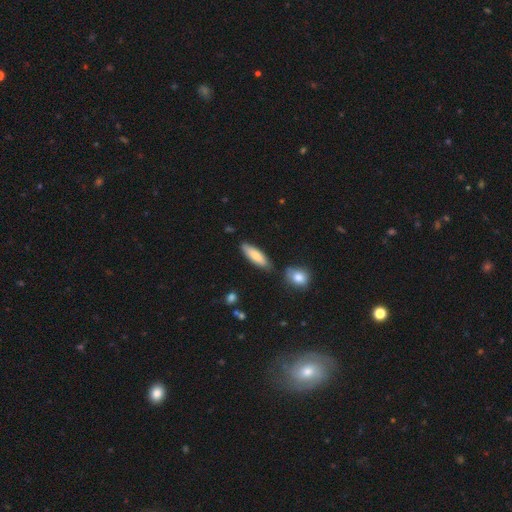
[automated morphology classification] Overall: smooth (80%). How rounded: cigar-shaped (54%; in between 44%). Merging: none (78%).